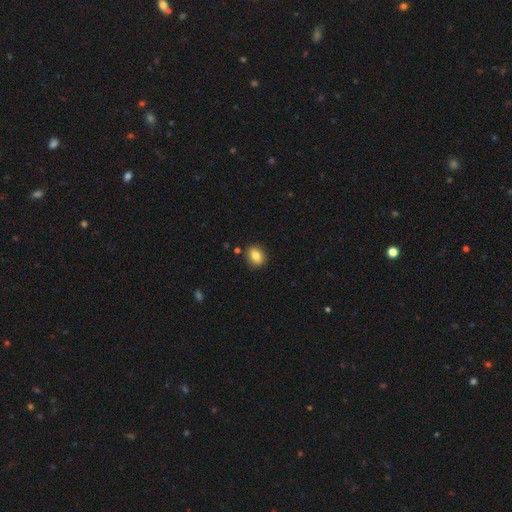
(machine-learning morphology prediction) Smooth or featured?
  - smooth: 79% *
  - featured or disk: 12%
  - star or artifact: 9%
How rounded?
  - round: 51% *
  - in between: 47%
  - cigar-shaped: 1%
Merging?
  - none: 88% *
  - minor disturbance: 8%
  - major disturbance: 2%
  - merger: 2%